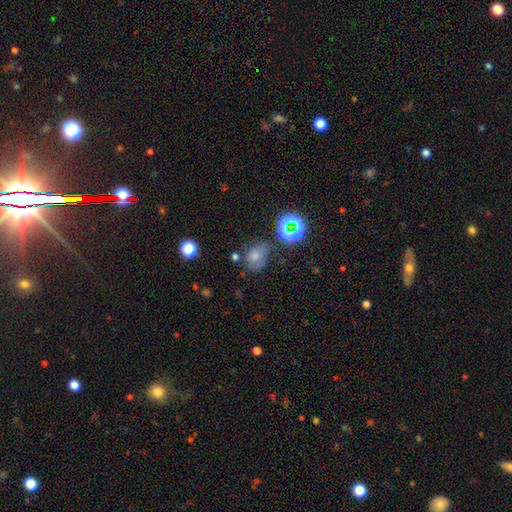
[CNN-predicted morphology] Smooth or featured? Predicted: smooth (p=0.64). How rounded? Predicted: in between (p=0.67). Merging? Predicted: none (p=0.53).